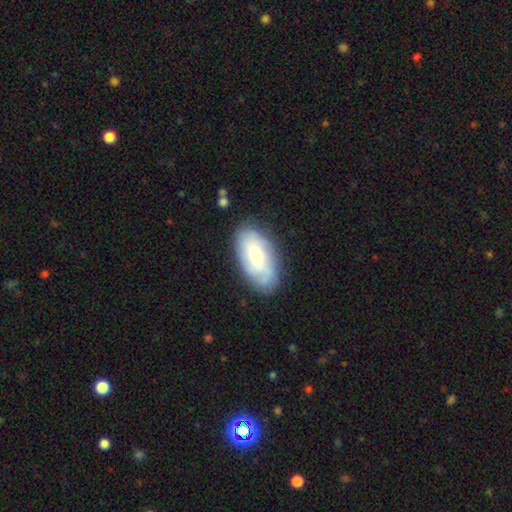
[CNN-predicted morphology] smooth 53%, featured or disk 40%, star or artifact 7%. Down the decision tree: how rounded — in between (93%); merging — none (78%).